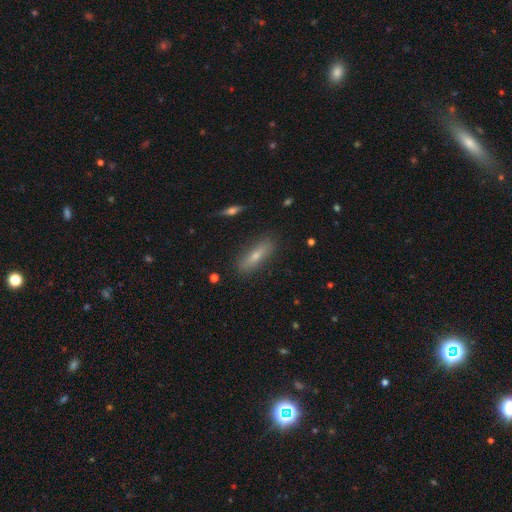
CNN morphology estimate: Smooth or featured? Predicted: smooth (p=0.59). How rounded? Predicted: cigar-shaped (p=0.65). Merging? Predicted: none (p=0.86).